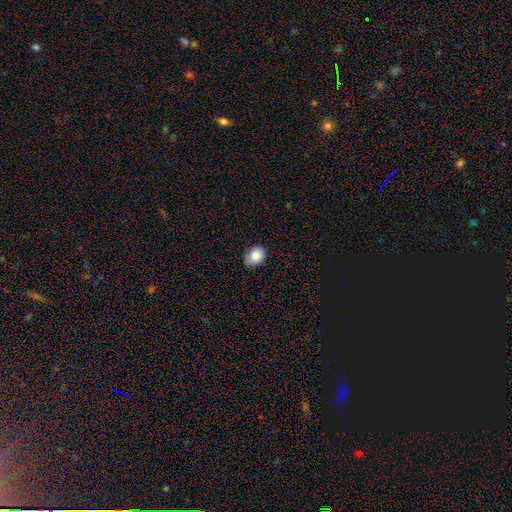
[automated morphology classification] A smooth galaxy with no disk features (85%) that is in between round and cigar-shaped (57%).

Vote fractions:
- Smooth or featured? smooth: 85% / star or artifact: 9% / featured or disk: 6%
- How rounded? in between: 57% / round: 42% / cigar-shaped: 1%
- Merging? none: 77% / minor disturbance: 19% / major disturbance: 3% / merger: 1%